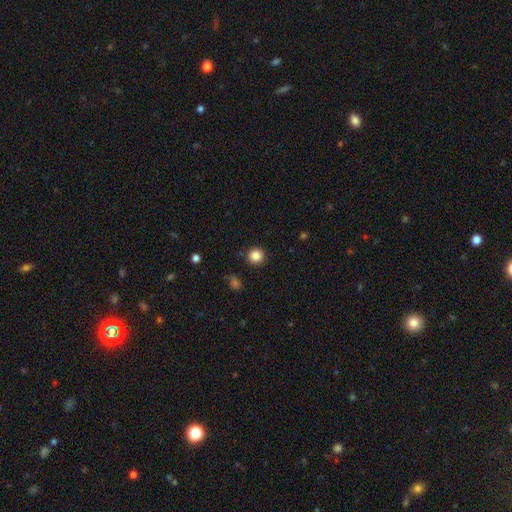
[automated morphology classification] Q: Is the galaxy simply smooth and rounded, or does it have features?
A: smooth — 85%.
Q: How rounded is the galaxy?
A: round — 93%.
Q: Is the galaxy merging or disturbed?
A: none — 90%.